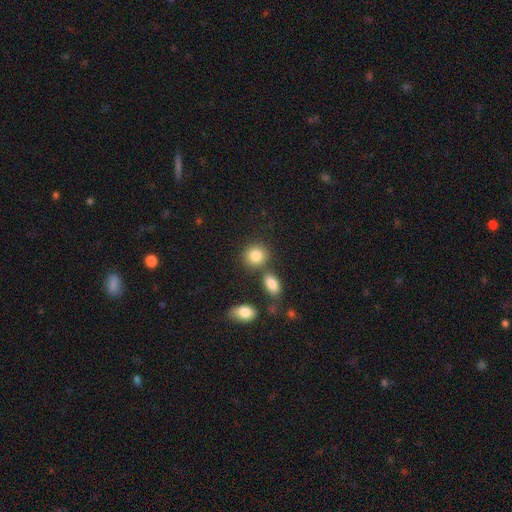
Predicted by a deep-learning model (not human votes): A smooth galaxy with no disk features (85%) that is round (72%).

Vote fractions:
- Smooth or featured? smooth: 85% / star or artifact: 9% / featured or disk: 7%
- How rounded? round: 72% / in between: 27% / cigar-shaped: 1%
- Merging? none: 70% / merger: 17% / minor disturbance: 10% / major disturbance: 4%